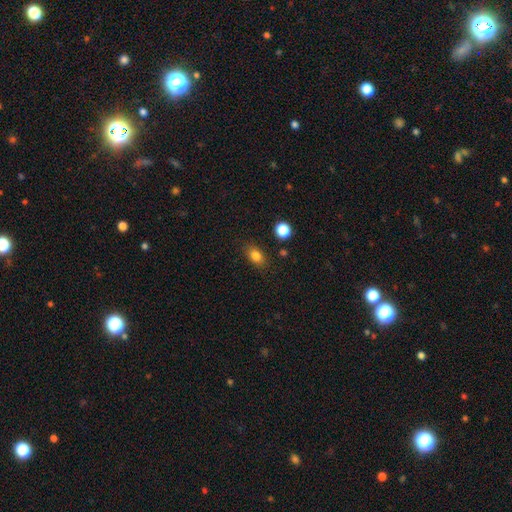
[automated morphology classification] A smooth galaxy with no disk features (82%) that is in between round and cigar-shaped (78%).

Vote fractions:
- Smooth or featured? smooth: 82% / star or artifact: 11% / featured or disk: 7%
- How rounded? in between: 78% / round: 19% / cigar-shaped: 3%
- Merging? none: 83% / minor disturbance: 12% / major disturbance: 3% / merger: 2%